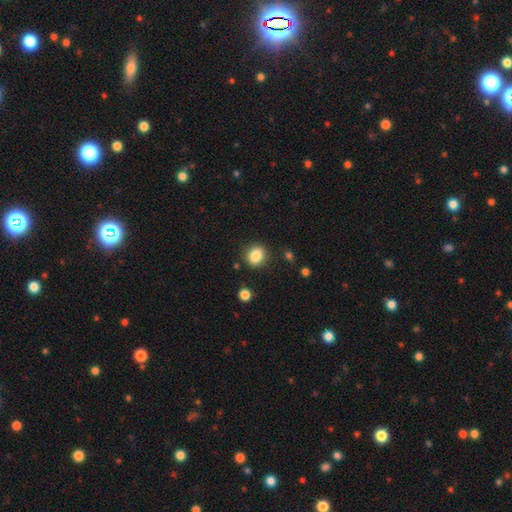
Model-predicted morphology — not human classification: type=smooth (85%); roundness=round (58%); merging=none (85%).